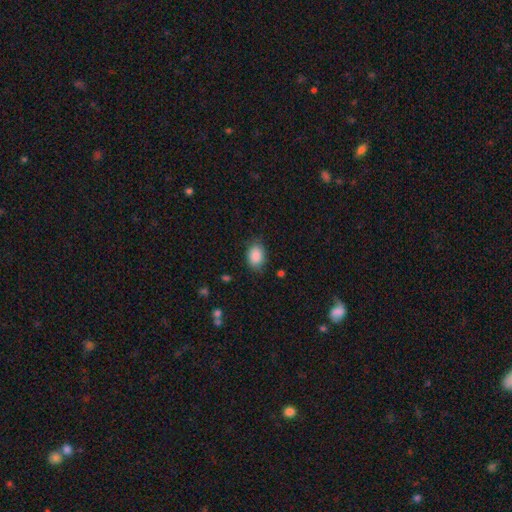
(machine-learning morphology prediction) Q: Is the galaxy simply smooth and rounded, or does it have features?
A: smooth — 89%.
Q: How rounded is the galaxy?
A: in between — 79%.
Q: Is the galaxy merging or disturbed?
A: none — 80%.